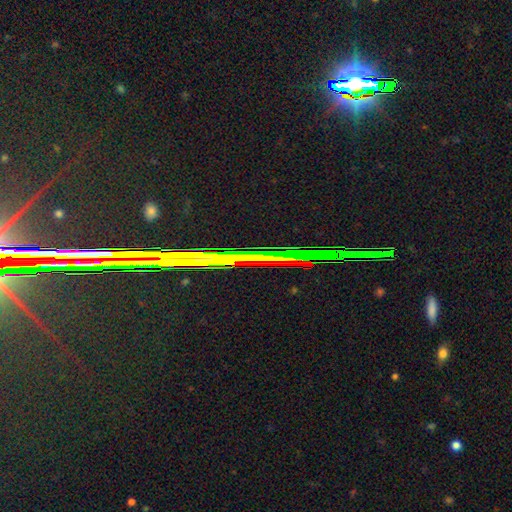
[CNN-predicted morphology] A star or artifact, not a galaxy (77%).

Vote fractions:
- Smooth or featured? star or artifact: 77% / featured or disk: 15% / smooth: 8%